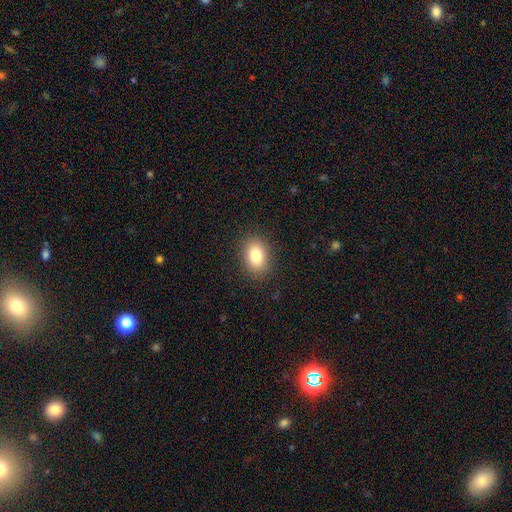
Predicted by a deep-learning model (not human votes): smooth-or-featured: smooth: 82% | star or artifact: 9% | featured or disk: 8%
  how-rounded: in between: 75% | round: 24% | cigar-shaped: 1%
  merging: none: 88% | minor disturbance: 9% | major disturbance: 3% | merger: 1%